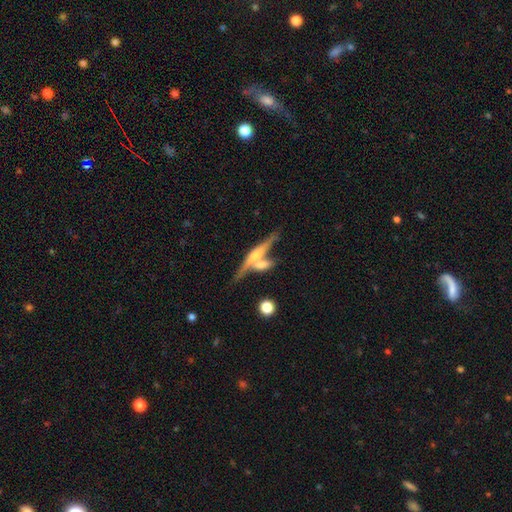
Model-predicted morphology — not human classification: Overall: featured or disk (69%). Edge-on disk: yes (91%). Edge-on bulge: rounded (78%). Merging: none (46%; merger 38%).